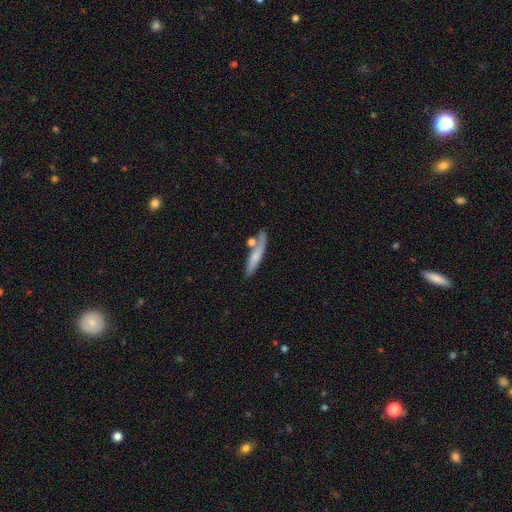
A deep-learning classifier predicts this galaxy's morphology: Q: Smooth or featured?
A: smooth (63%); runner-up: featured or disk (31%)
Q: How rounded?
A: cigar-shaped (83%); runner-up: in between (14%)
Q: Merging?
A: none (62%); runner-up: minor disturbance (17%)